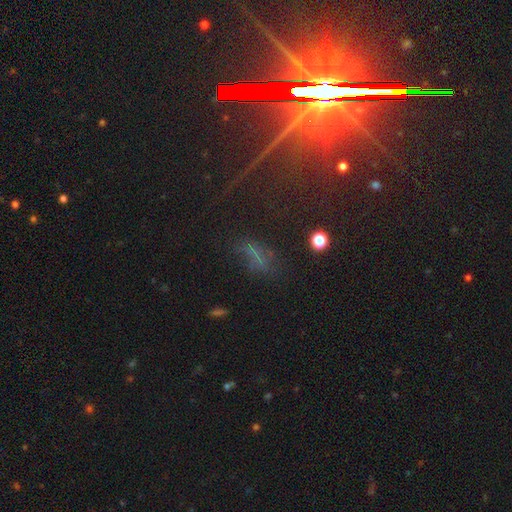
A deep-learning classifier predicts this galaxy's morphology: Q: Smooth or featured?
A: smooth (38%); runner-up: star or artifact (36%)
Q: Merging?
A: none (55%); runner-up: minor disturbance (22%)